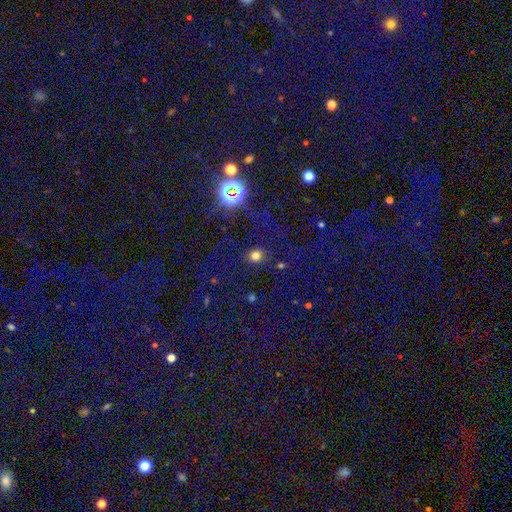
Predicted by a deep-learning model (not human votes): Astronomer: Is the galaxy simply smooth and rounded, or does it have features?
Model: smooth — 69%.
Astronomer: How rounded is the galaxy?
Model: round — 83%.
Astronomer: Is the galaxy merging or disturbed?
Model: none — 86%.